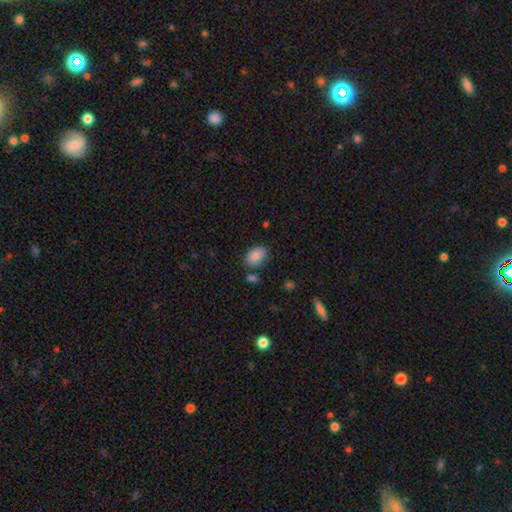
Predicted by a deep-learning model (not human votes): This appears to be a smooth galaxy with no disk features (85%) that is in between round and cigar-shaped (88%). Merging: none (75%).